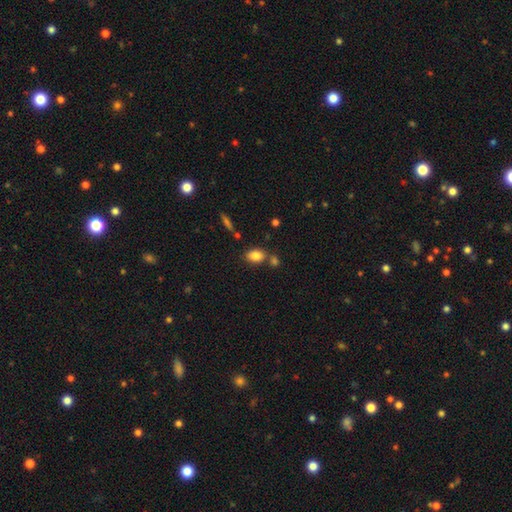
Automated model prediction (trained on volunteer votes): This appears to be a smooth galaxy with no disk features (84%) that is in between round and cigar-shaped (81%). Merging: none (66%).